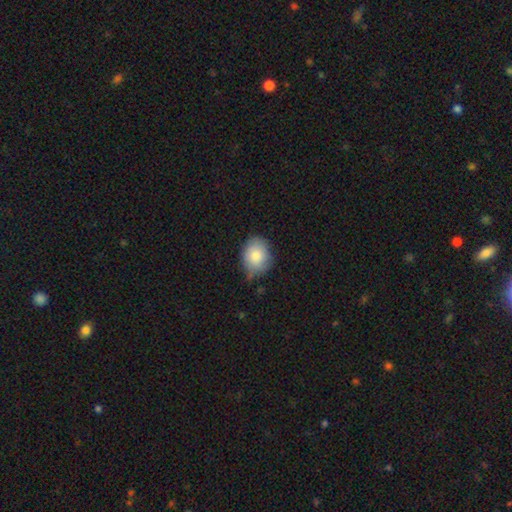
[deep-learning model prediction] The model was most divided on "how rounded": round: 52%, in between: 47%, cigar-shaped: 1%. More confident: smooth or featured — smooth (82%); merging — none (62%).